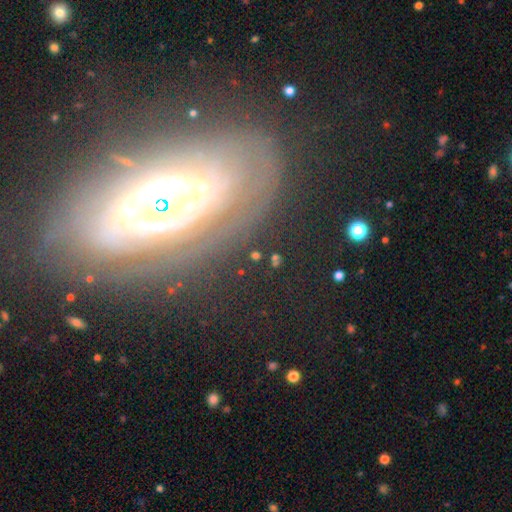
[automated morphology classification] A featured or disk galaxy (71%) with no bar (73%), spiral arms (71%) and a small central bulge (39%).

Vote fractions:
- Smooth or featured? featured or disk: 71% / smooth: 15% / star or artifact: 14%
- Edge-on disk? no: 85% / yes: 15%
- Bar? no: 73% / weak: 16% / strong: 11%
- Spiral arms? yes: 71% / no: 29%
- Bulge size? small: 39% / moderate: 38% / large: 14% / dominant: 5% / none: 4%
- Merging? none: 73% / minor disturbance: 15% / major disturbance: 9% / merger: 3%